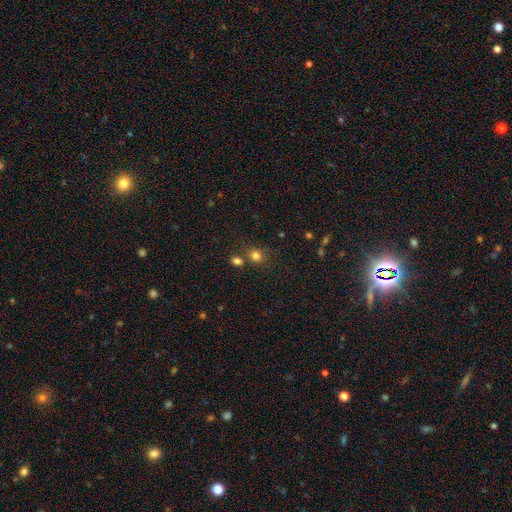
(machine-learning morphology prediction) This is likely a smooth galaxy (79%). How rounded: likely round (74%). Merging: likely none (62%).